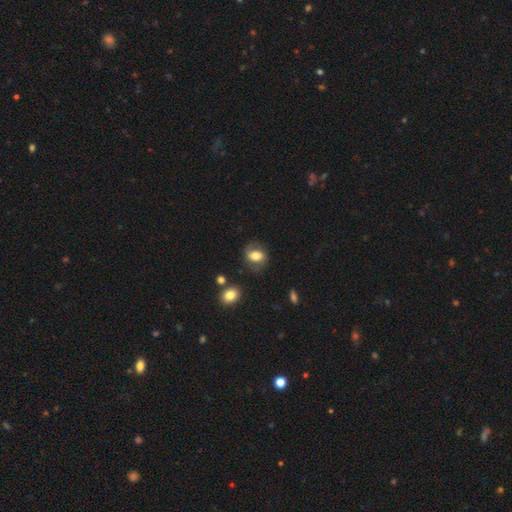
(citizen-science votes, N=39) A smooth galaxy with no disk features (59%) that is in between round and cigar-shaped (83%). Merging: none (60%).